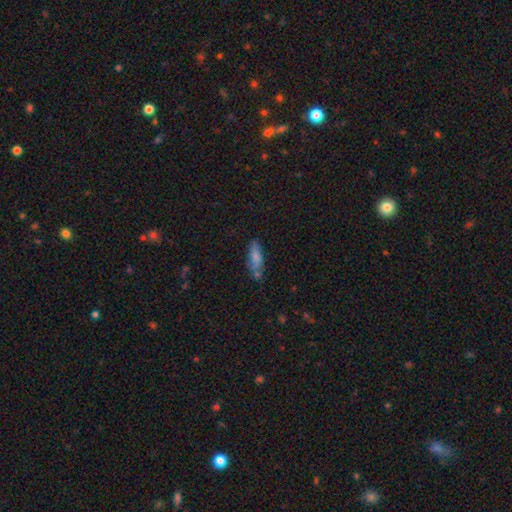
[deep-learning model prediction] smooth_or_featured: smooth (p=0.72) [alt: featured or disk p=0.19]
how_rounded: cigar-shaped (p=0.49) [tied with: in between p=0.49]
merging: none (p=0.63) [alt: minor disturbance p=0.21]